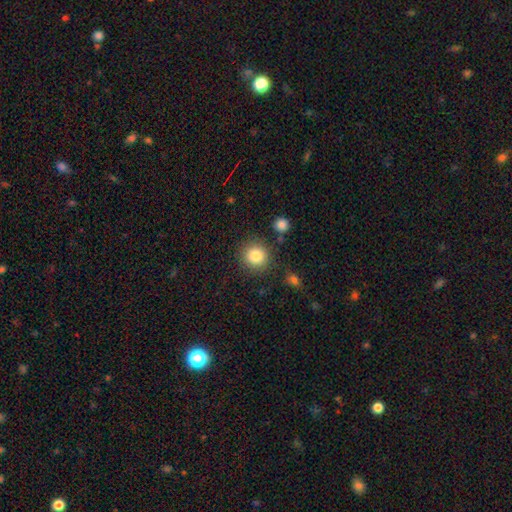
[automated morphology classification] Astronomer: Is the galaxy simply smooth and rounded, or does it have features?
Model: smooth — 85%.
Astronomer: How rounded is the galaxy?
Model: round — 91%.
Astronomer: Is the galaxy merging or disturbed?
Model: none — 85%.